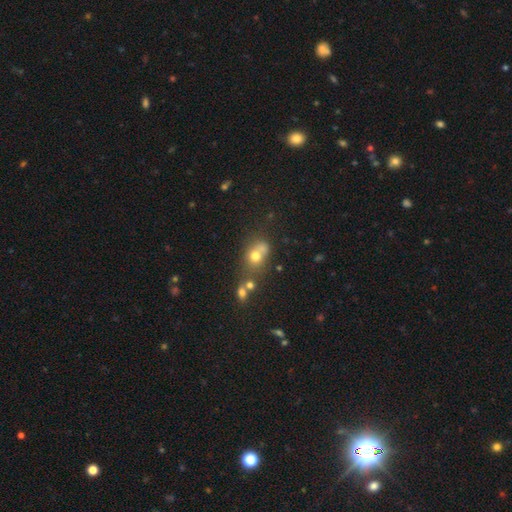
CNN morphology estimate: This is likely a smooth galaxy (68%). How rounded: possibly round (60%). Merging: marginally none (39%, tied with merger).